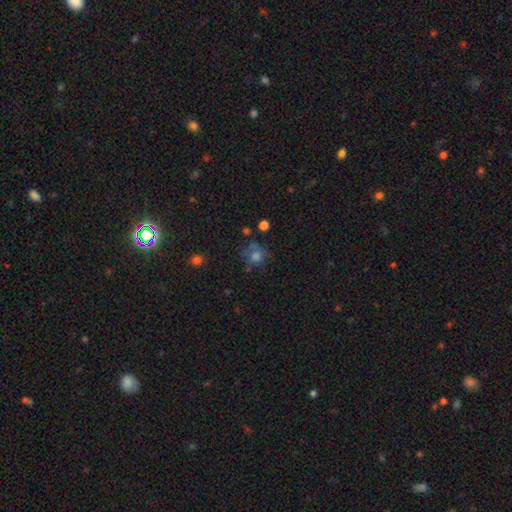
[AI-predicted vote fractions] Overall: smooth (63%). How rounded: round (76%). Merging: none (54%; minor disturbance 22%).